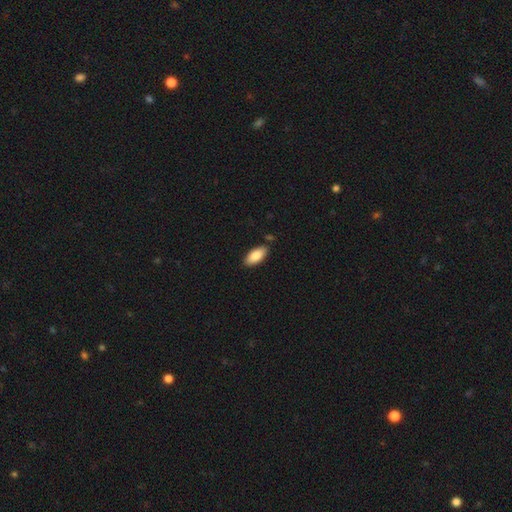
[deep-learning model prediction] Q: Smooth or featured?
A: smooth (86%); runner-up: featured or disk (8%)
Q: How rounded?
A: in between (90%); runner-up: cigar-shaped (8%)
Q: Merging?
A: none (84%); runner-up: minor disturbance (11%)